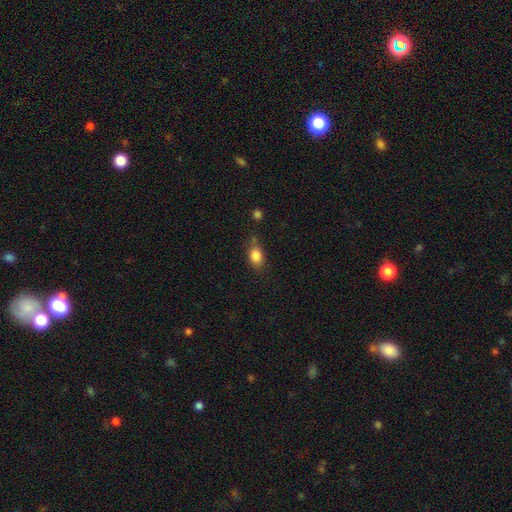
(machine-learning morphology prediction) A smooth galaxy with no disk features (84%) that is in between round and cigar-shaped (76%).

Vote fractions:
- Smooth or featured? smooth: 84% / star or artifact: 9% / featured or disk: 7%
- How rounded? in between: 76% / round: 20% / cigar-shaped: 3%
- Merging? none: 65% / minor disturbance: 22% / merger: 7% / major disturbance: 6%